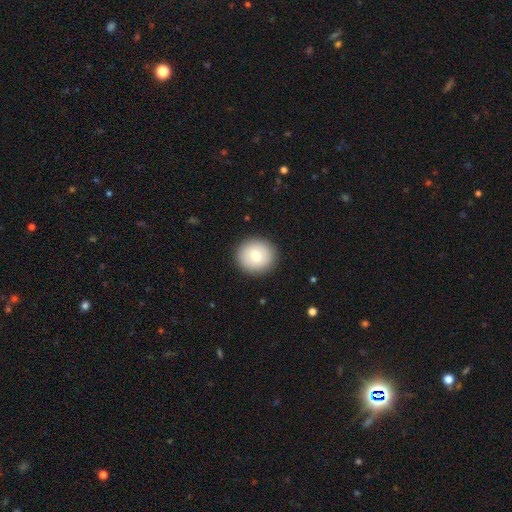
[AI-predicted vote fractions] Smooth or featured? Predicted: smooth (p=0.75). How rounded? Predicted: round (p=0.90). Merging? Predicted: none (p=0.91).